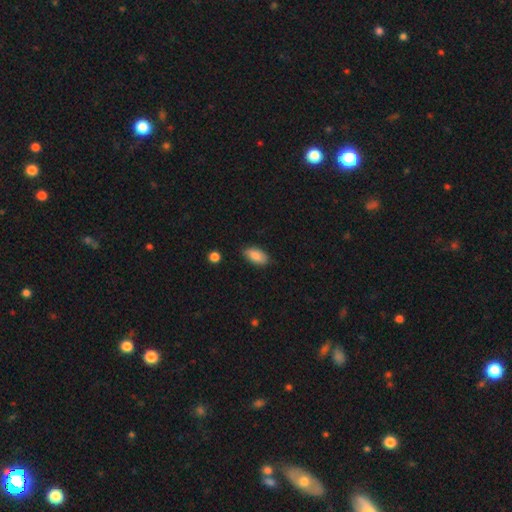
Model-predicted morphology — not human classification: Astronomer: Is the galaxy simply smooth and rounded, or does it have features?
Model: smooth — 86%.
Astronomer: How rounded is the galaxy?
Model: in between — 93%.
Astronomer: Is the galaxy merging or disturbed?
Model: none — 84%.